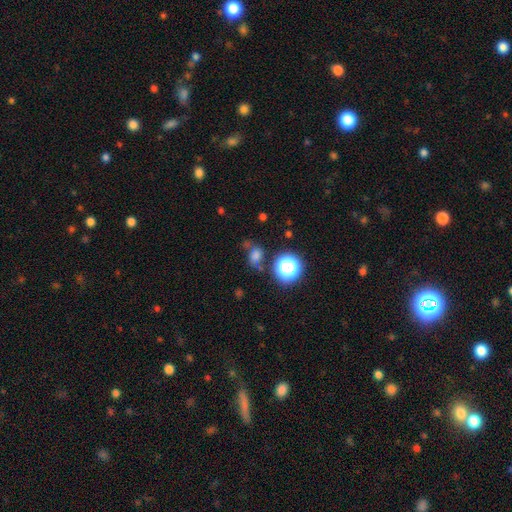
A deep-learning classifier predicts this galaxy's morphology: smooth 66%, star or artifact 23%, featured or disk 11%. Down the decision tree: how rounded — round (55%); merging — none (57%).